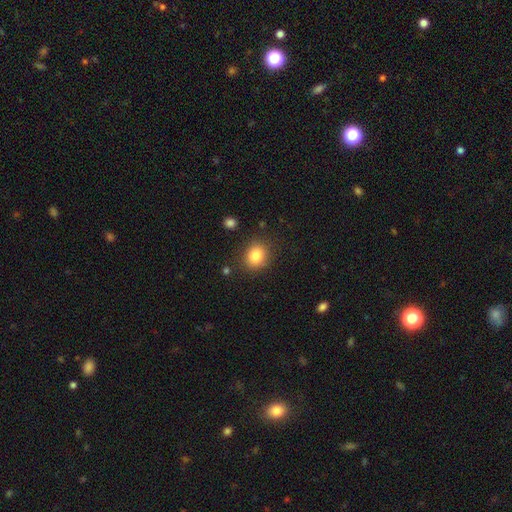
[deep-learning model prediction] Overall: smooth (84%). How rounded: round (71%). Merging: none (85%).